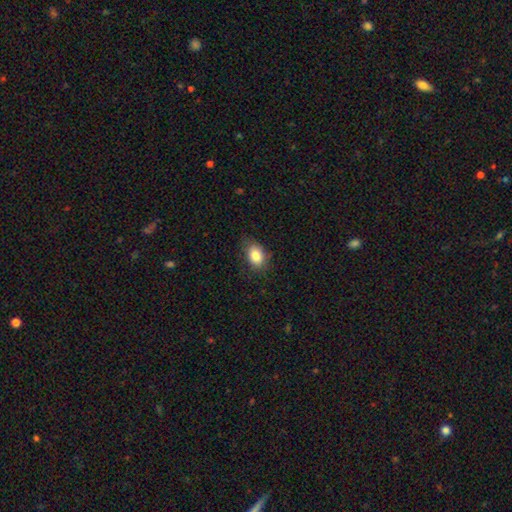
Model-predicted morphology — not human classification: The model was most divided on "merging": none: 77%, minor disturbance: 18%, major disturbance: 4%, merger: 1%. More confident: smooth or featured — smooth (84%); how rounded — in between (79%).